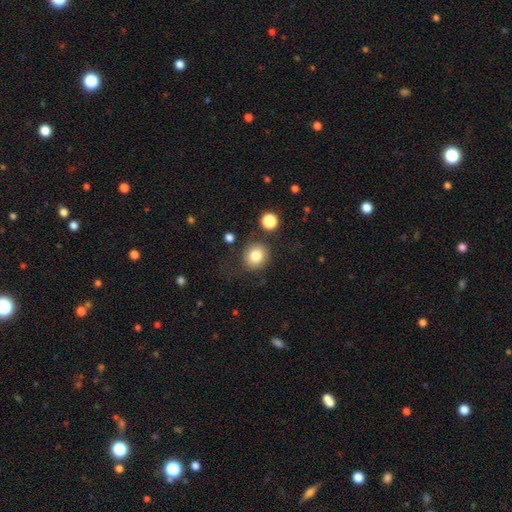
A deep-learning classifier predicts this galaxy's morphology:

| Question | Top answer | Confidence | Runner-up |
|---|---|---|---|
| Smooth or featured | smooth | 82% | star or artifact (11%) |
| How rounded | round | 86% | in between (14%) |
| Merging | none | 80% | minor disturbance (11%) |